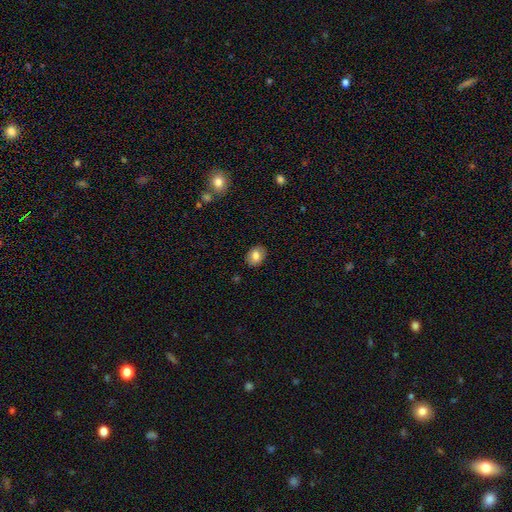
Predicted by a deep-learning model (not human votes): smooth 78%, featured or disk 14%, star or artifact 8%. Down the decision tree: how rounded — in between (63%); merging — none (87%).